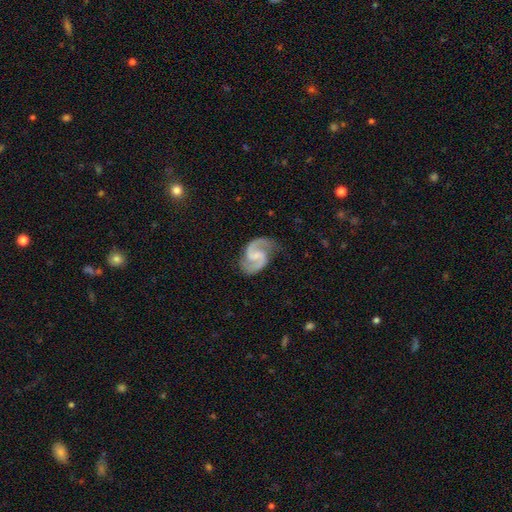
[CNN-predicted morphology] Smooth or featured? Predicted: featured or disk (p=0.92). Edge-on disk? Predicted: no (p=0.98). Bar? Predicted: weak (p=0.54). Spiral arms? Predicted: yes (p=0.98). Spiral winding? Predicted: medium (p=0.61). Spiral arm count? Predicted: 2 (p=0.94). Bulge size? Predicted: small (p=0.44). Merging? Predicted: none (p=0.78).